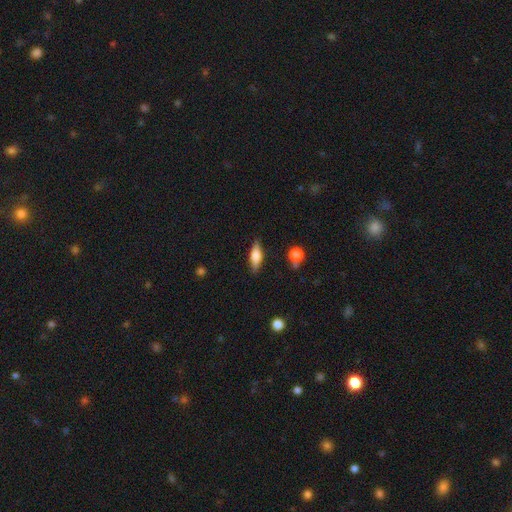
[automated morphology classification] smooth 46% (tied), featured or disk 46% (tied), star or artifact 8%. Down the decision tree: merging — none (83%).